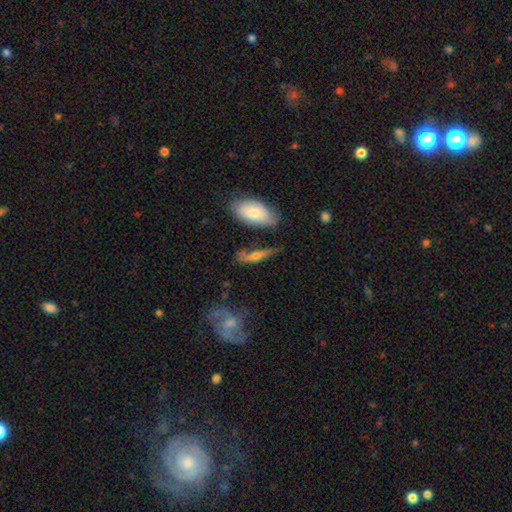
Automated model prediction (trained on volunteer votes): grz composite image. It shows a smooth galaxy with no disk features (53%) that is cigar-shaped (59%). Merging: none (65%).